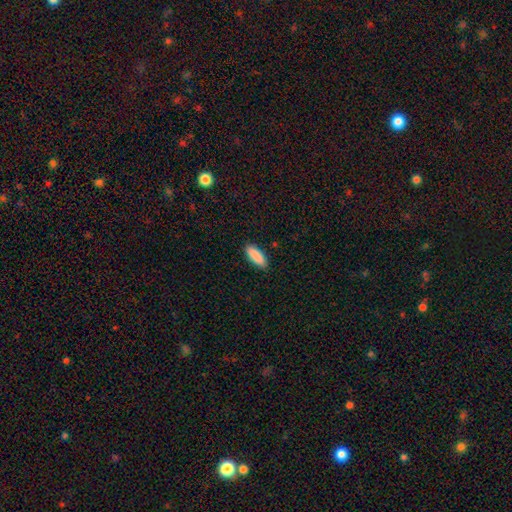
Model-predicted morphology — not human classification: A smooth galaxy with no disk features (90%) that is in between round and cigar-shaped (69%).

Vote fractions:
- Smooth or featured? smooth: 90% / star or artifact: 6% / featured or disk: 4%
- How rounded? in between: 69% / cigar-shaped: 29% / round: 2%
- Merging? none: 89% / minor disturbance: 8% / major disturbance: 2% / merger: 1%